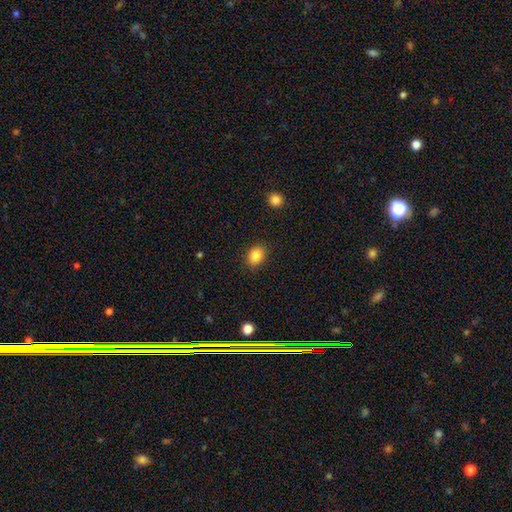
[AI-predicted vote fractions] smooth_or_featured: smooth (p=0.86) [alt: star or artifact p=0.09]
how_rounded: in between (p=0.55) [alt: round p=0.45]
merging: none (p=0.87) [alt: minor disturbance p=0.09]